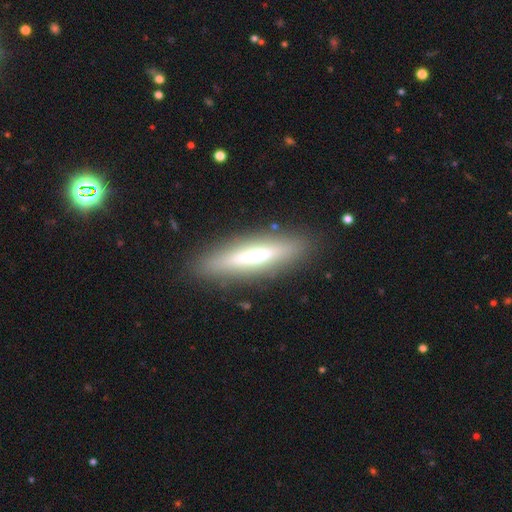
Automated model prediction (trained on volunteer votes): Q: Smooth or featured?
A: featured or disk (55%); runner-up: smooth (37%)
Q: Edge-on disk?
A: yes (83%); runner-up: no (17%)
Q: Merging?
A: none (88%); runner-up: minor disturbance (8%)